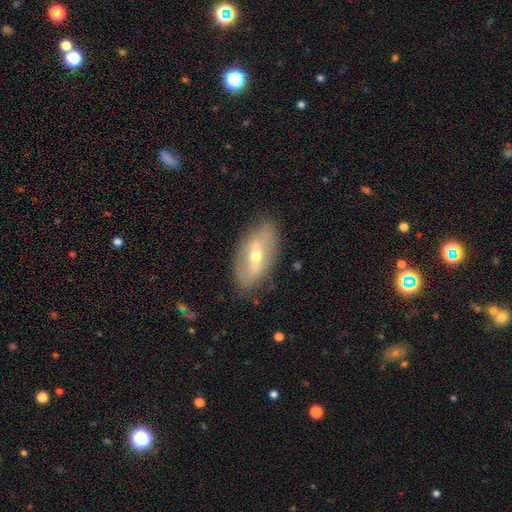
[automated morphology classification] smooth_or_featured: featured or disk (p=0.62) [alt: smooth p=0.30]
disk_edge_on: no (p=0.79) [alt: yes p=0.21]
merging: none (p=0.82) [alt: minor disturbance p=0.13]